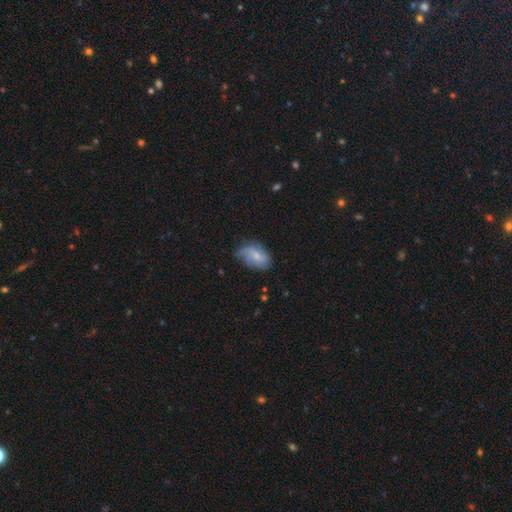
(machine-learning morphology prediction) Smooth or featured? Predicted: featured or disk (p=0.53). Edge-on disk? Predicted: no (p=0.96). Bar? Predicted: no (p=0.51). Spiral arms? Predicted: yes (p=0.84). Bulge size? Predicted: small (p=0.52). Merging? Predicted: none (p=0.56).